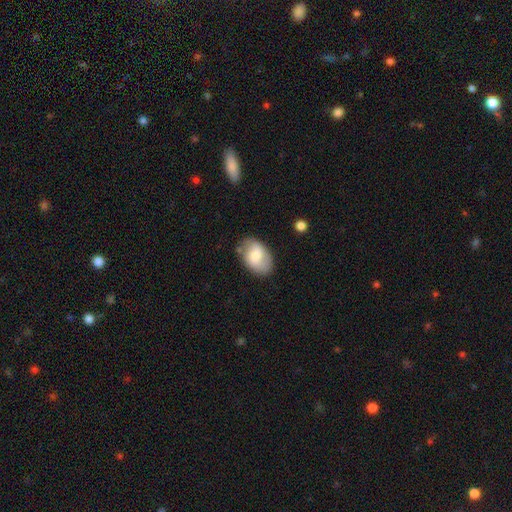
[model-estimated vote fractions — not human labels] smooth_or_featured: smooth (p=0.61) [alt: featured or disk p=0.33]
how_rounded: in between (p=0.88) [alt: round p=0.11]
merging: none (p=0.71) [alt: minor disturbance p=0.20]